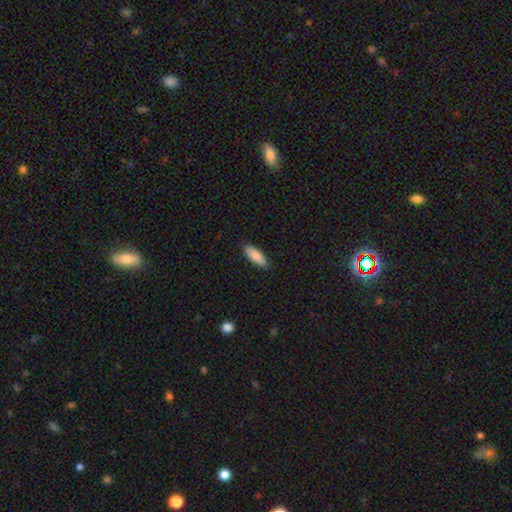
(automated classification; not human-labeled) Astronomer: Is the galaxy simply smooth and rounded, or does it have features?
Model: smooth — 87%.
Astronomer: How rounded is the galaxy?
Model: in between — 67%.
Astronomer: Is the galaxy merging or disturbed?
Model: none — 87%.